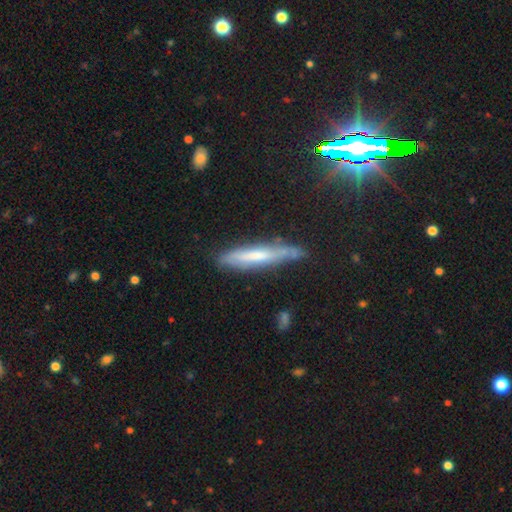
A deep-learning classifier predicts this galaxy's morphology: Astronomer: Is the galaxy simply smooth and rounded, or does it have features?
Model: smooth — 46% (runner-up: featured or disk, 45%).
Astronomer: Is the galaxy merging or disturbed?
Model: none — 71%.